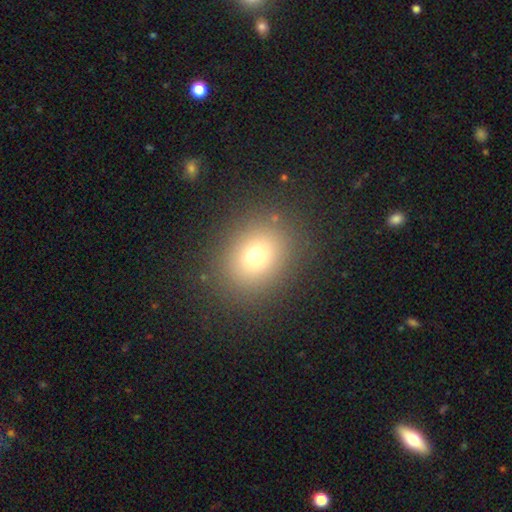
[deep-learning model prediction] A smooth galaxy with no disk features (73%) that is round (64%).

Vote fractions:
- Smooth or featured? smooth: 73% / star or artifact: 16% / featured or disk: 11%
- How rounded? round: 64% / in between: 35% / cigar-shaped: 1%
- Merging? none: 87% / minor disturbance: 8% / major disturbance: 4% / merger: 1%